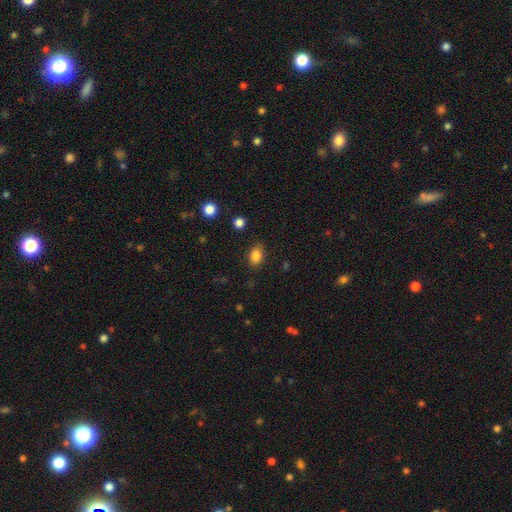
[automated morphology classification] A smooth galaxy with no disk features (85%) that is in between round and cigar-shaped (78%).

Vote fractions:
- Smooth or featured? smooth: 85% / star or artifact: 10% / featured or disk: 5%
- How rounded? in between: 78% / round: 20% / cigar-shaped: 2%
- Merging? none: 82% / minor disturbance: 13% / major disturbance: 3% / merger: 2%